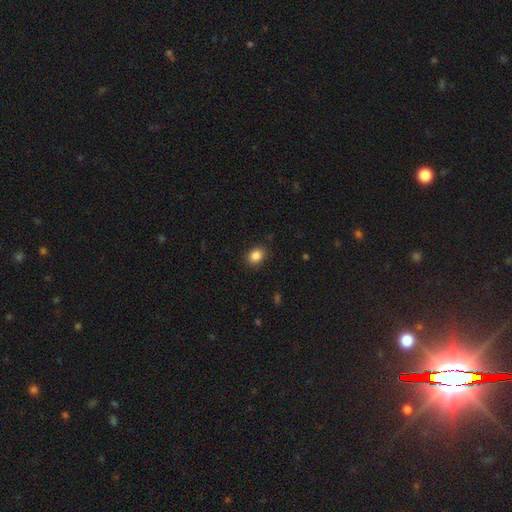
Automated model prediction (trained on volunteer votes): Overall: smooth (86%). How rounded: in between (54%; round 45%). Merging: none (88%).